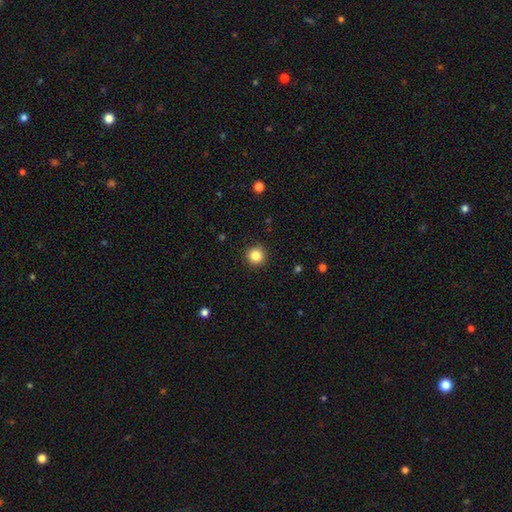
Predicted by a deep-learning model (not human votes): The model was most divided on "smooth or featured": smooth: 84%, star or artifact: 11%, featured or disk: 5%. More confident: how rounded — round (95%); merging — none (91%).